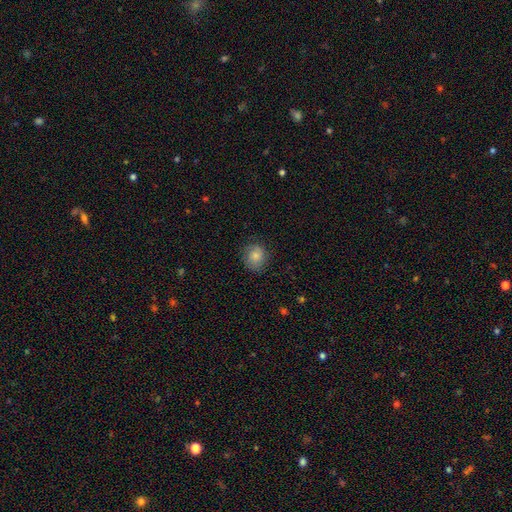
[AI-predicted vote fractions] A smooth galaxy with no disk features (79%) that is round (74%). Merging: none (79%).